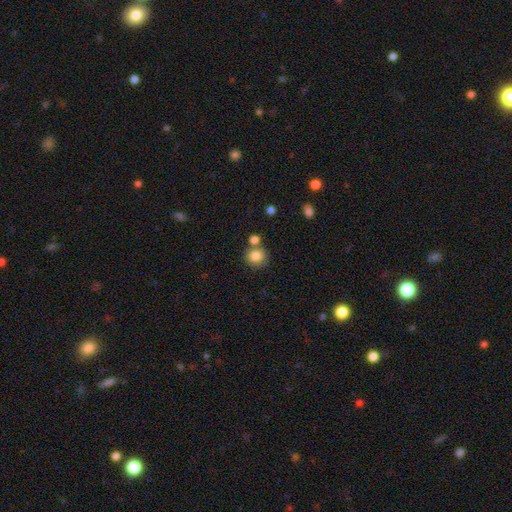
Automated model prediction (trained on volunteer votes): The model was most divided on "merging": none: 65%, merger: 20%, minor disturbance: 11%, major disturbance: 3%. More confident: how rounded — round (86%); smooth or featured — smooth (83%).